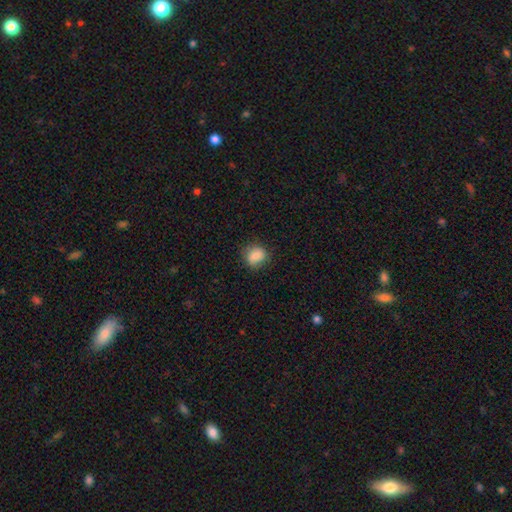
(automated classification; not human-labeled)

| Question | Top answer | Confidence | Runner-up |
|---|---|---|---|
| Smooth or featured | smooth | 84% | star or artifact (9%) |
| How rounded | round | 65% | in between (34%) |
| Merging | none | 79% | minor disturbance (16%) |